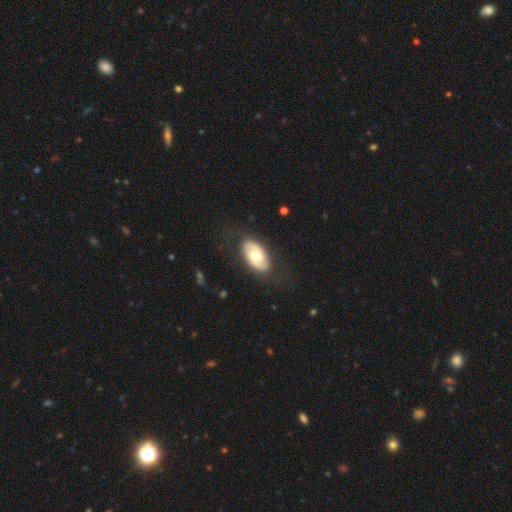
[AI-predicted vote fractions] Overall: smooth (53%; featured or disk 42%). How rounded: in between (94%). Merging: none (78%).